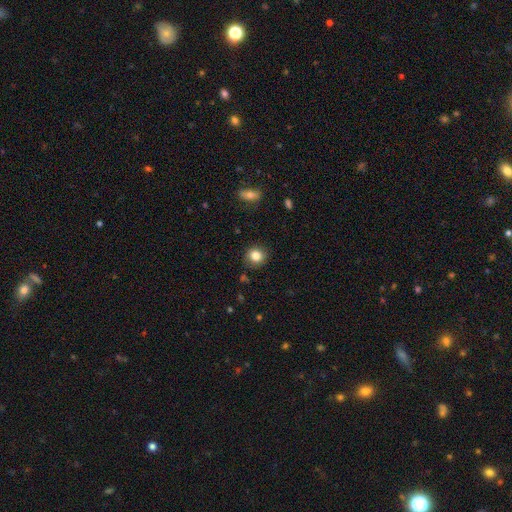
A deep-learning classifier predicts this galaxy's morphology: A smooth galaxy with no disk features (83%) that is round (87%).

Vote fractions:
- Smooth or featured? smooth: 83% / star or artifact: 11% / featured or disk: 7%
- How rounded? round: 87% / in between: 12% / cigar-shaped: 1%
- Merging? none: 88% / minor disturbance: 8% / major disturbance: 2% / merger: 1%